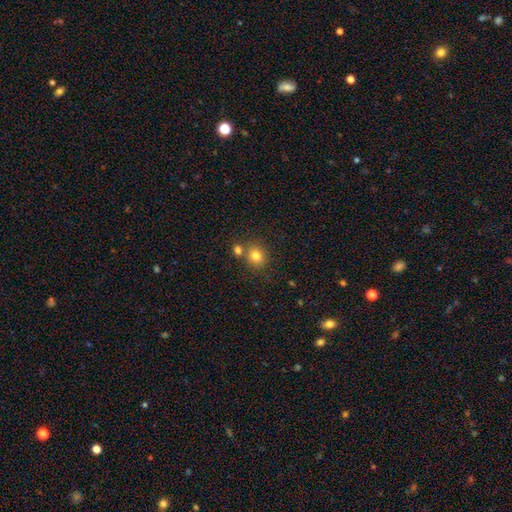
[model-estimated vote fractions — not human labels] A smooth galaxy with no disk features (80%) that is round (77%).

Vote fractions:
- Smooth or featured? smooth: 80% / star or artifact: 12% / featured or disk: 8%
- How rounded? round: 77% / in between: 22% / cigar-shaped: 1%
- Merging? none: 64% / merger: 25% / minor disturbance: 9% / major disturbance: 3%